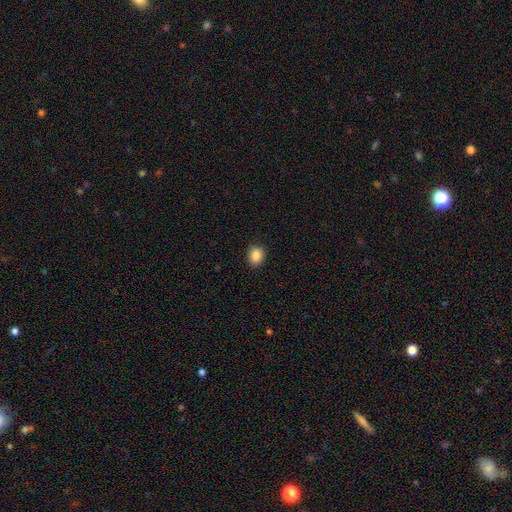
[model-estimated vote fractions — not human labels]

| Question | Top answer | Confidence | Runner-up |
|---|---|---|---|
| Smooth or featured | smooth | 88% | star or artifact (9%) |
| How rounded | round | 55% | in between (44%) |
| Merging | none | 90% | minor disturbance (7%) |